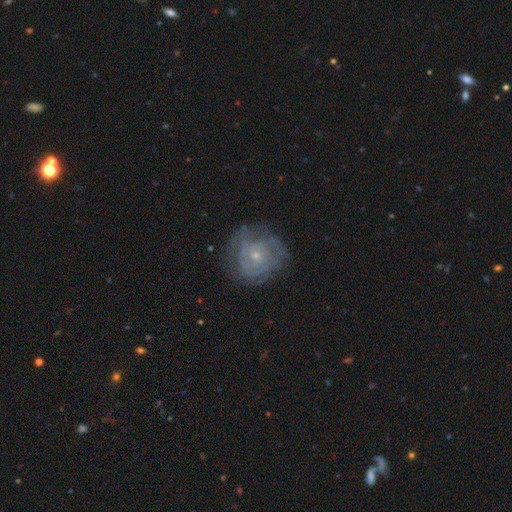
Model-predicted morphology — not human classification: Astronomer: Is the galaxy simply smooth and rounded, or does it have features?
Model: featured or disk — 78%.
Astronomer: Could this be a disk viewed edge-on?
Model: no — 98%.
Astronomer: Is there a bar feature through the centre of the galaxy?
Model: no — 80%.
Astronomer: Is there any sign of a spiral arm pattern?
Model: yes — 88%.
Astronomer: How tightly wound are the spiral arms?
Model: tight — 71%.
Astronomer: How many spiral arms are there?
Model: can't tell — 43% (runner-up: 2, 19%).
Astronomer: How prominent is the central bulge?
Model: small — 76%.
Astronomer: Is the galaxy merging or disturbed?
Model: none — 71%.